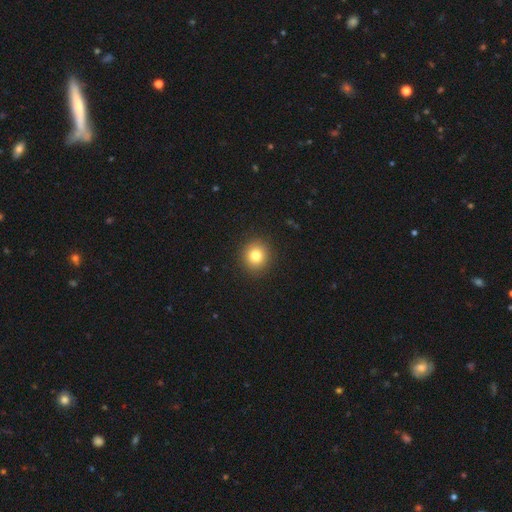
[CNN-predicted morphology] A smooth galaxy with no disk features (81%) that is round (90%). Merging: none (91%).